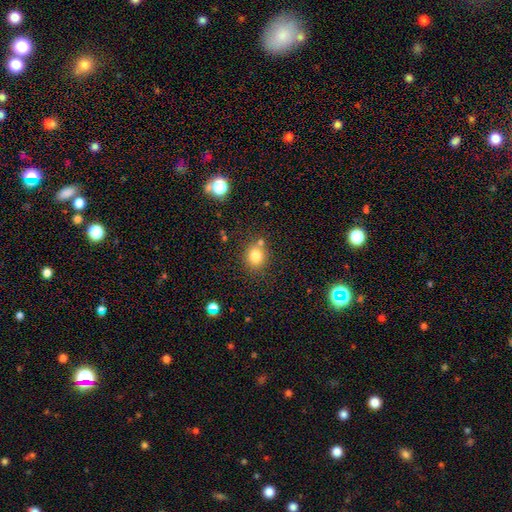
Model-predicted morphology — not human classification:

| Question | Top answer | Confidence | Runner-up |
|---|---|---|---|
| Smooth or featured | smooth | 79% | star or artifact (13%) |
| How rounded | round | 78% | in between (21%) |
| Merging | none | 74% | merger (12%) |